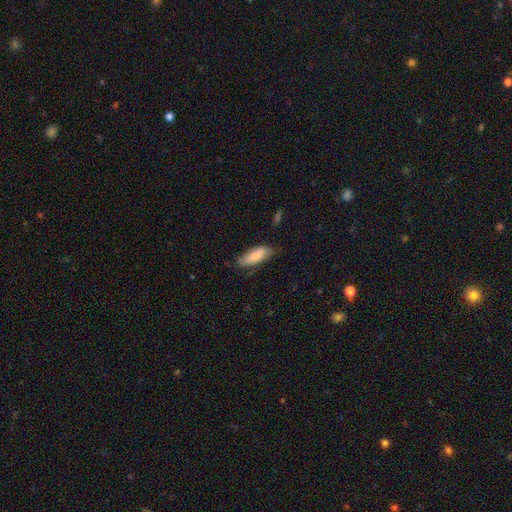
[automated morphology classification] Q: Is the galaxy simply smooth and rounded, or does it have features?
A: smooth — 81%.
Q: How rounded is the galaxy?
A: in between — 72%.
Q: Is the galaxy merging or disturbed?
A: none — 67%.